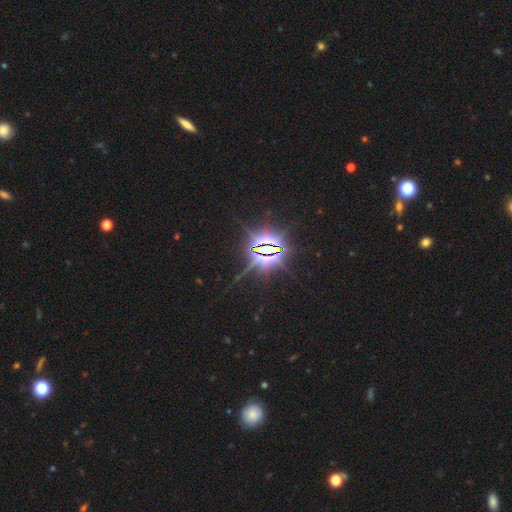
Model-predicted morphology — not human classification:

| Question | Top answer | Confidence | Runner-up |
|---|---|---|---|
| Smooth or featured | star or artifact | 87% | featured or disk (7%) |